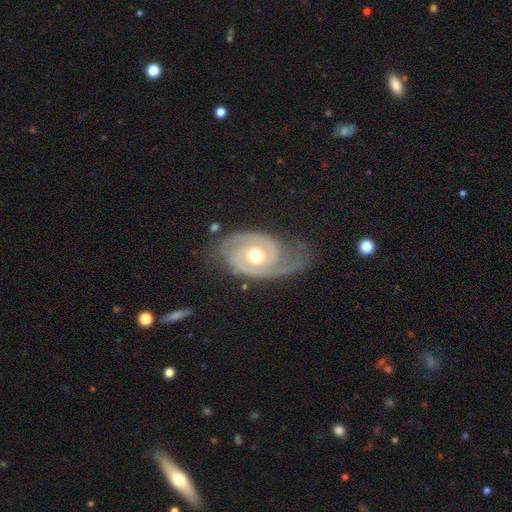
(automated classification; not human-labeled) Smooth or featured? Predicted: featured or disk (p=0.87). Edge-on disk? Predicted: no (p=0.96). Bar? Predicted: no (p=0.75). Spiral arms? Predicted: yes (p=0.94). Spiral winding? Predicted: tight (p=0.59). Spiral arm count? Predicted: 2 (p=0.70). Bulge size? Predicted: moderate (p=0.74). Merging? Predicted: none (p=0.58).